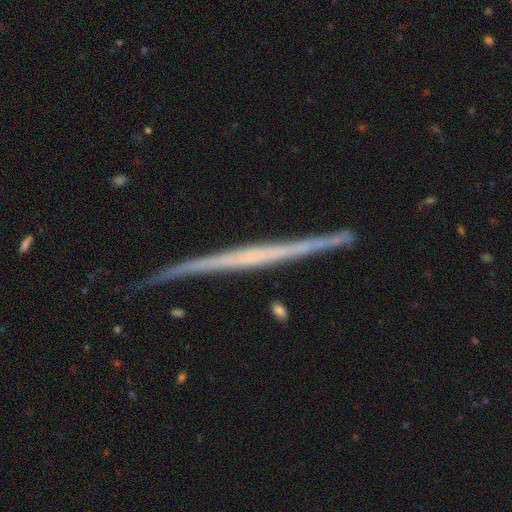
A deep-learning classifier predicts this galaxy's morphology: Smooth or featured? featured or disk (74%)
Edge-on disk? yes (98%)
Edge-on bulge? none (83%)
Merging? none (87%)